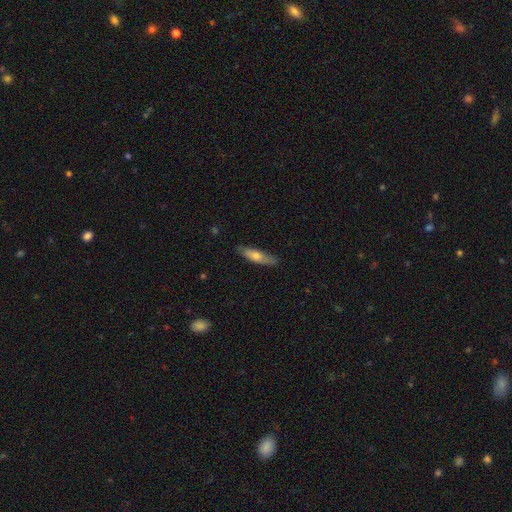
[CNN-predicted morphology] Overall: smooth (64%; featured or disk 31%). How rounded: cigar-shaped (67%; in between 31%). Merging: none (81%).